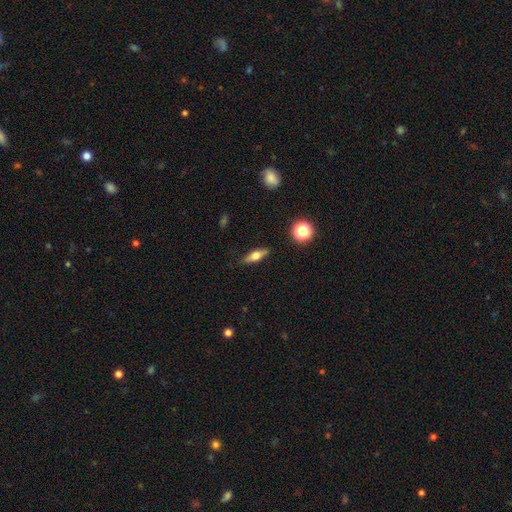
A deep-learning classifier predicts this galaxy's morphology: This is possibly a smooth galaxy (47%). Merging: clearly none (87%).